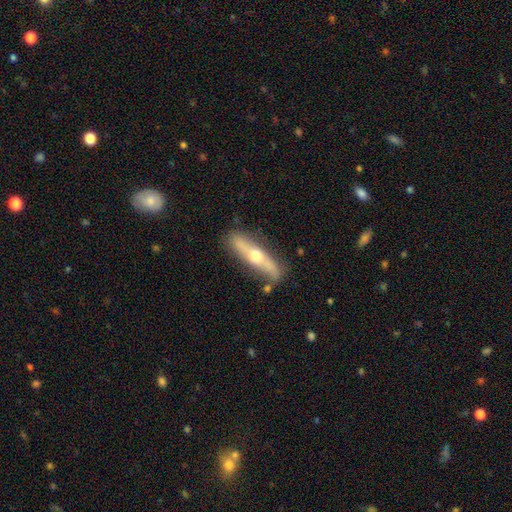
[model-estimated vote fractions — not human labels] A featured or disk galaxy (59%) viewed edge-on (81%).

Vote fractions:
- Smooth or featured? featured or disk: 59% / smooth: 35% / star or artifact: 6%
- Edge-on disk? yes: 81% / no: 19%
- Merging? none: 75% / minor disturbance: 17% / major disturbance: 4% / merger: 4%